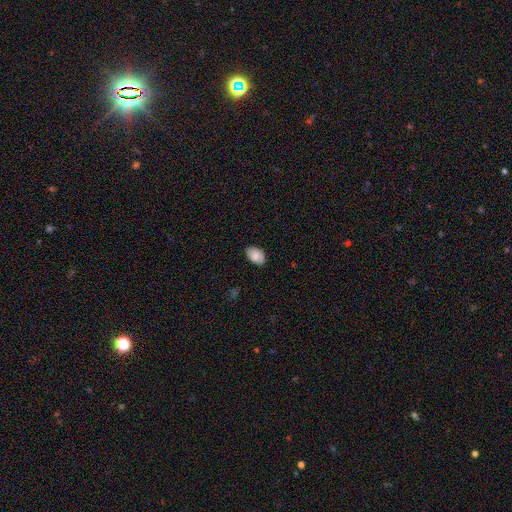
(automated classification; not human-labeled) Smooth or featured?
  - smooth: 78% *
  - featured or disk: 15%
  - star or artifact: 7%
How rounded?
  - in between: 89% *
  - round: 10%
  - cigar-shaped: 1%
Merging?
  - none: 81% *
  - minor disturbance: 16%
  - major disturbance: 3%
  - merger: 1%